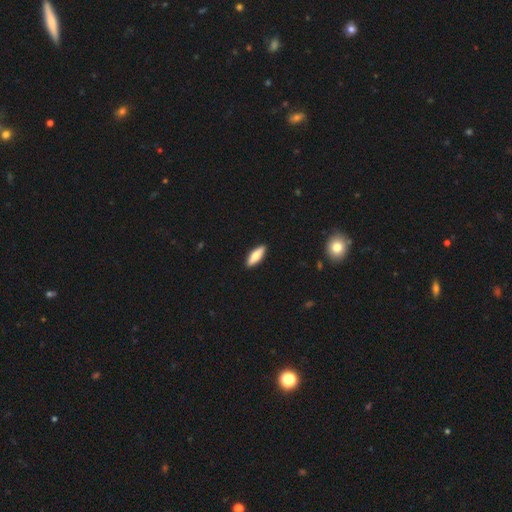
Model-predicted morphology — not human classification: Smooth or featured? smooth (71%)
How rounded? in between (50%)
Merging? none (91%)